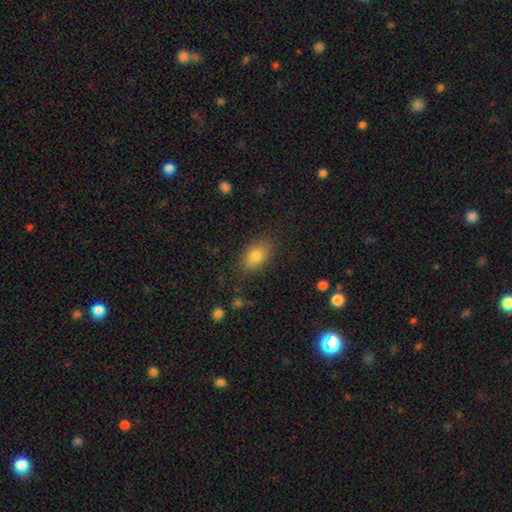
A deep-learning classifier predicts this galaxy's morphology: Smooth or featured?
  - smooth: 82% *
  - star or artifact: 10%
  - featured or disk: 8%
How rounded?
  - in between: 84% *
  - round: 14%
  - cigar-shaped: 2%
Merging?
  - none: 83% *
  - minor disturbance: 12%
  - major disturbance: 3%
  - merger: 1%